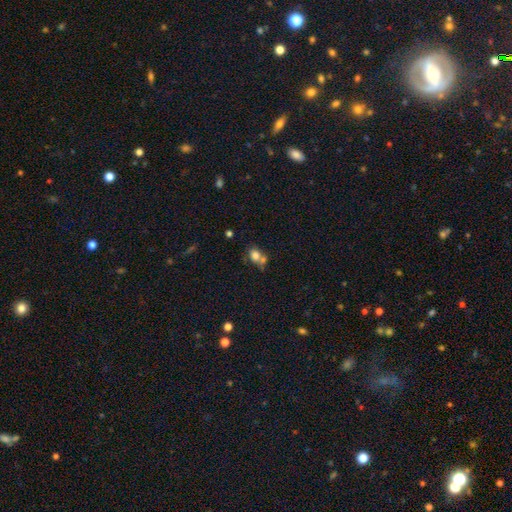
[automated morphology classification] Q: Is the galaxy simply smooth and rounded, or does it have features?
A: smooth — 76%.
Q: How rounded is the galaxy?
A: round — 51%.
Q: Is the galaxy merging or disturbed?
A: merger — 46%.